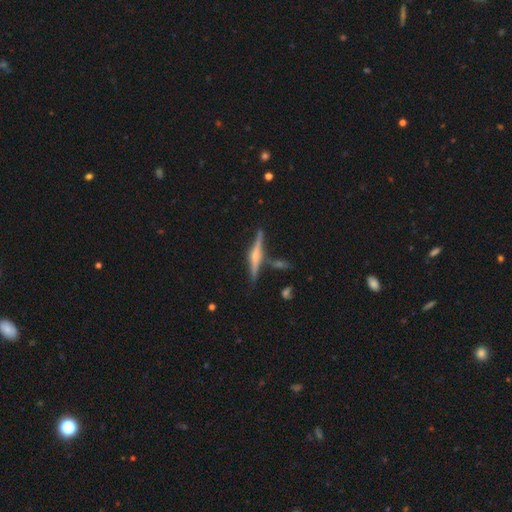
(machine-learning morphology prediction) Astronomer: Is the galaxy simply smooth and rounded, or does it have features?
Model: featured or disk — 72%.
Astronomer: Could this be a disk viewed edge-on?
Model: yes — 98%.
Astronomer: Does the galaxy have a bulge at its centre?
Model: rounded — 77%.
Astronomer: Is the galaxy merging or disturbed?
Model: none — 80%.